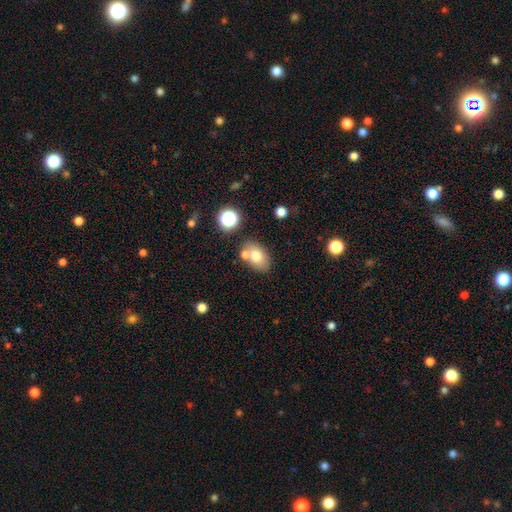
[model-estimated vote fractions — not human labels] This appears to be a smooth galaxy with no disk features (73%) that is in between round and cigar-shaped (81%). Merging: none (65%).